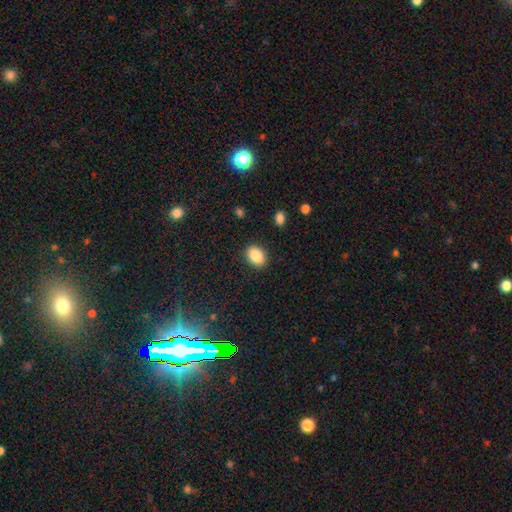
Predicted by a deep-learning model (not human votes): Overall: smooth (88%). How rounded: in between (73%). Merging: none (88%).